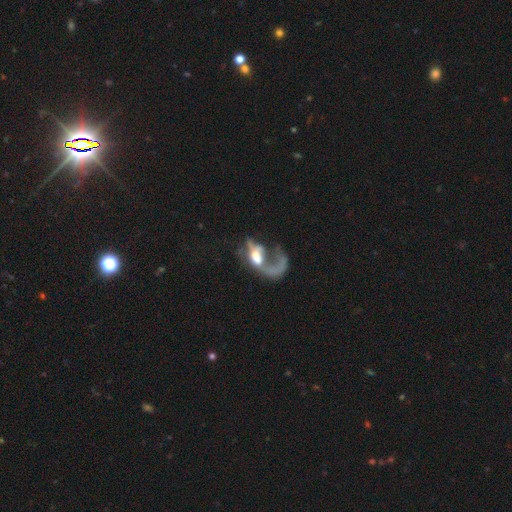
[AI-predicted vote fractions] smooth-or-featured: featured or disk: 59% | smooth: 32% | star or artifact: 9%
  disk-edge-on: no: 94% | yes: 6%
    bar: no: 67% | weak: 23% | strong: 9%
    has-spiral-arms: no: 53% | yes: 47%
    bulge-size: moderate: 40% | large: 37% | small: 10% | none: 7% | dominant: 7%
  merging: major disturbance: 66% | none: 13% | merger: 13% | minor disturbance: 8%